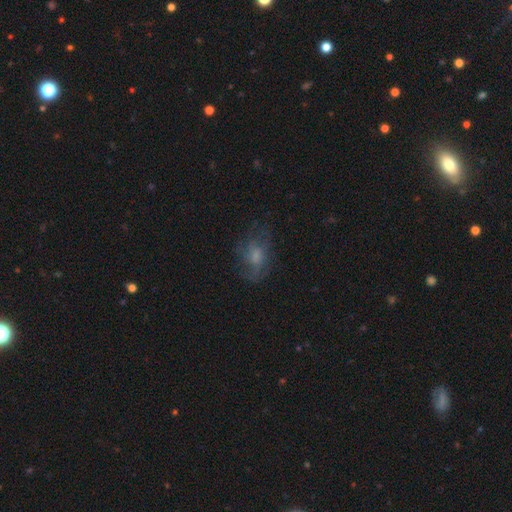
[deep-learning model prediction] This appears to be a featured or disk galaxy (44%, tied with smooth). Merging: none (57%).